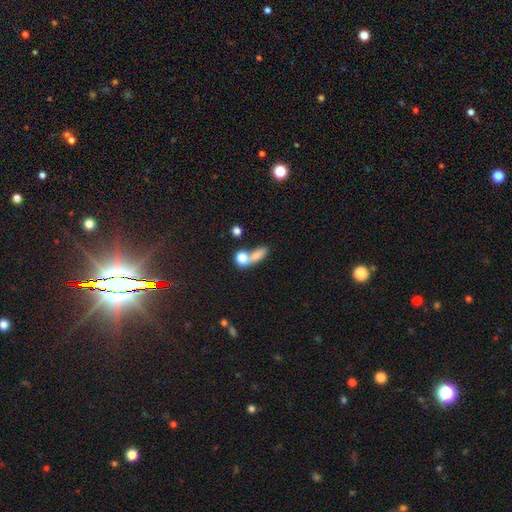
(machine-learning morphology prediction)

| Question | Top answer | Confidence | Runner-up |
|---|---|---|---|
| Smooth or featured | smooth | 76% | featured or disk (13%) |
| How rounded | in between | 52% | round (31%) |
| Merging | merger | 47% | none (34%) |